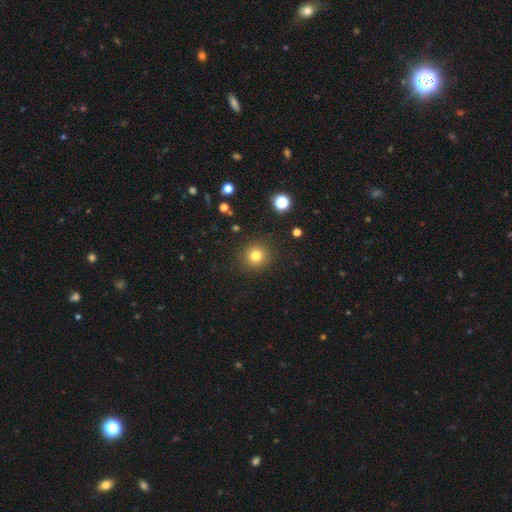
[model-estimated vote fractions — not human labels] smooth-or-featured: smooth: 79% | star or artifact: 14% | featured or disk: 7%
  how-rounded: round: 93% | in between: 6% | cigar-shaped: 1%
  merging: none: 90% | minor disturbance: 6% | major disturbance: 2% | merger: 1%